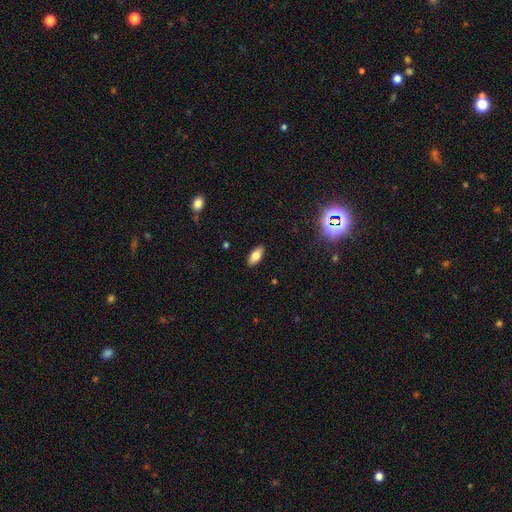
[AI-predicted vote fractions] Smooth or featured?
  - smooth: 77% *
  - featured or disk: 15%
  - star or artifact: 8%
How rounded?
  - in between: 86% *
  - cigar-shaped: 12%
  - round: 2%
Merging?
  - none: 89% *
  - minor disturbance: 8%
  - major disturbance: 2%
  - merger: 1%